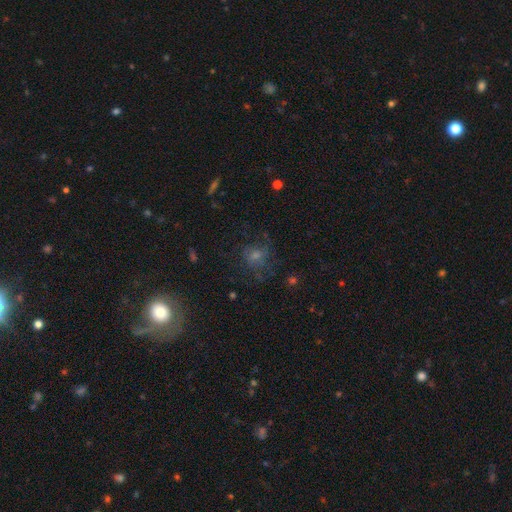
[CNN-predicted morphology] Q: Smooth or featured?
A: smooth (38%); runner-up: featured or disk (32%)
Q: Merging?
A: none (64%); runner-up: minor disturbance (17%)